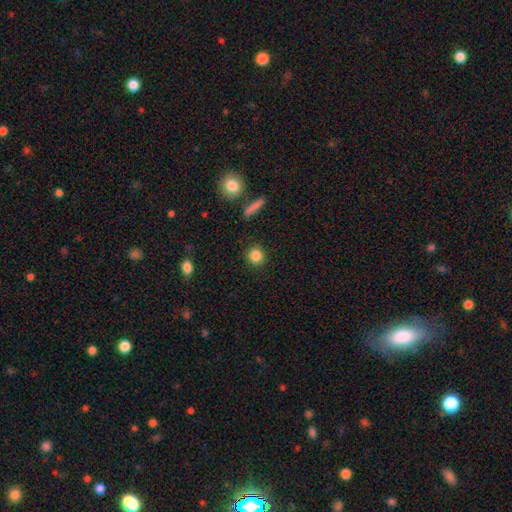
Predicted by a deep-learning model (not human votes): smooth 85%, star or artifact 10%, featured or disk 5%. Down the decision tree: how rounded — round (88%); merging — none (90%).